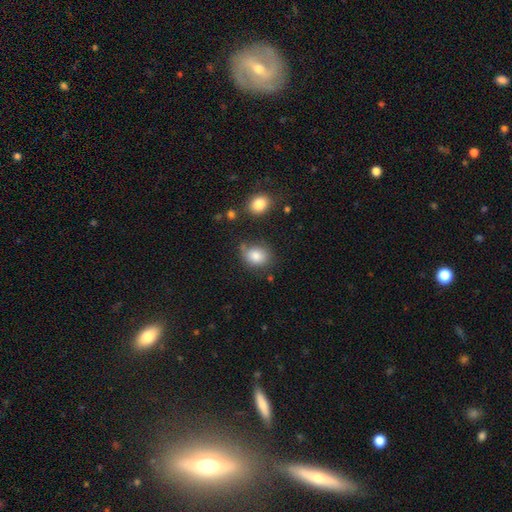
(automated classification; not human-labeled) This appears to be a smooth galaxy with no disk features (83%) that is in between round and cigar-shaped (56%). Merging: none (64%).